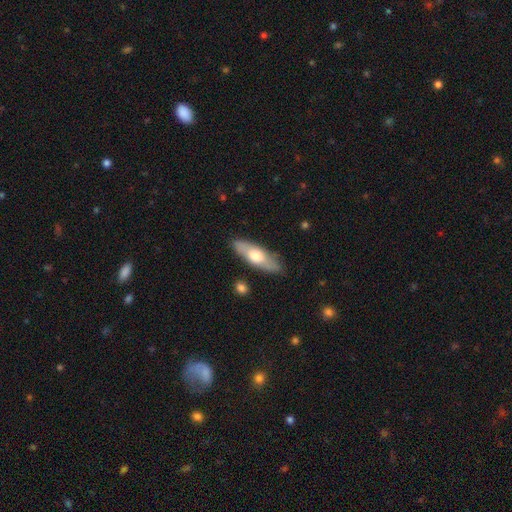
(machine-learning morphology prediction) Smooth or featured? Predicted: smooth (p=0.57). How rounded? Predicted: in between (p=0.54). Merging? Predicted: none (p=0.85).